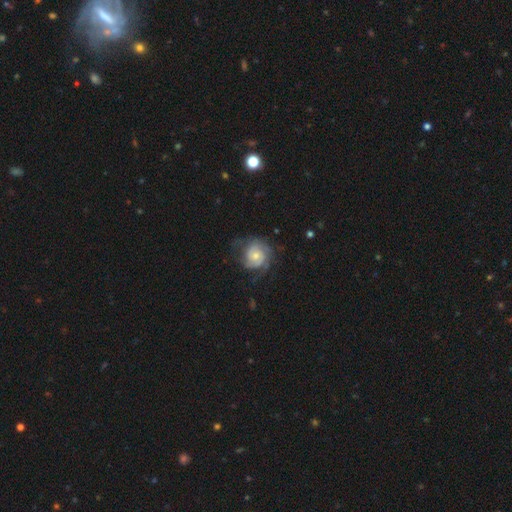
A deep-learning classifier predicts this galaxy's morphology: type=featured or disk (73%); edge-on=no (98%); bar=no (76%); spiral arms=yes (92%); winding=tight (55%); arm count=2 (35%); bulge=moderate (47%); merging=none (61%).